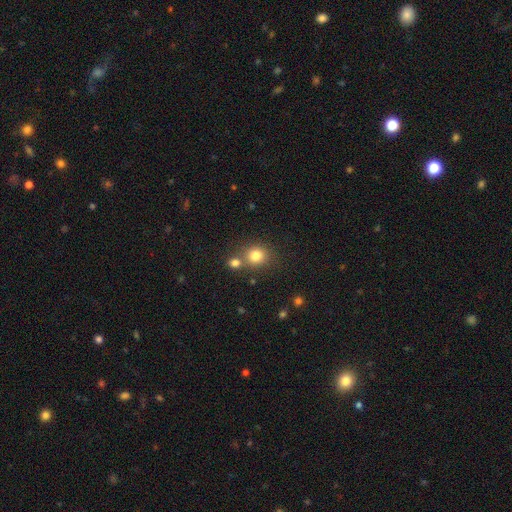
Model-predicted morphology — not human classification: Smooth or featured?
  - smooth: 80% *
  - star or artifact: 12%
  - featured or disk: 7%
How rounded?
  - round: 81% *
  - in between: 18%
  - cigar-shaped: 1%
Merging?
  - none: 61% *
  - merger: 27%
  - minor disturbance: 9%
  - major disturbance: 3%